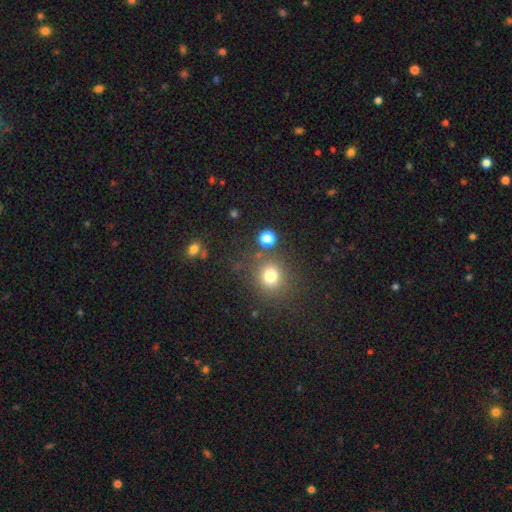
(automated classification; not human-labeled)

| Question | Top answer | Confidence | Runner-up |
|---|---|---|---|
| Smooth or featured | smooth | 61% | star or artifact (32%) |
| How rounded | round | 87% | in between (12%) |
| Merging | none | 80% | minor disturbance (9%) |